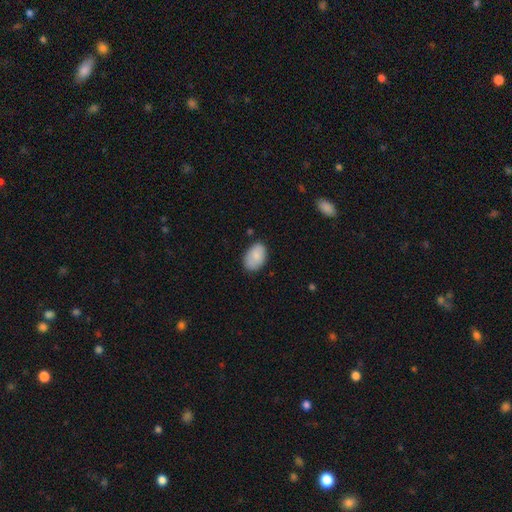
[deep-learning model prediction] smooth 84%, featured or disk 9%, star or artifact 6%. Down the decision tree: how rounded — in between (89%); merging — none (75%).